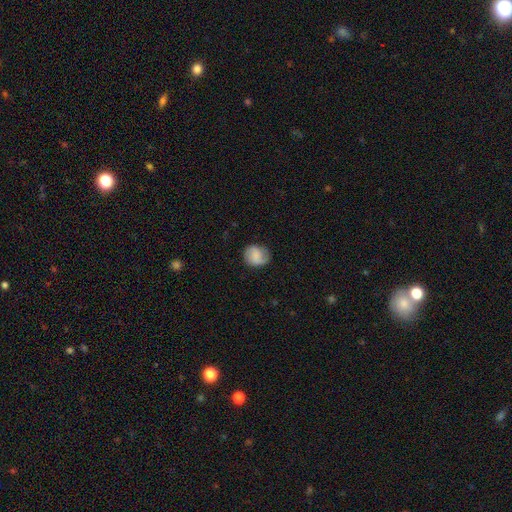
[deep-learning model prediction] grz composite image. It shows a smooth galaxy with no disk features (60%) that is round (76%). Merging: none (78%).